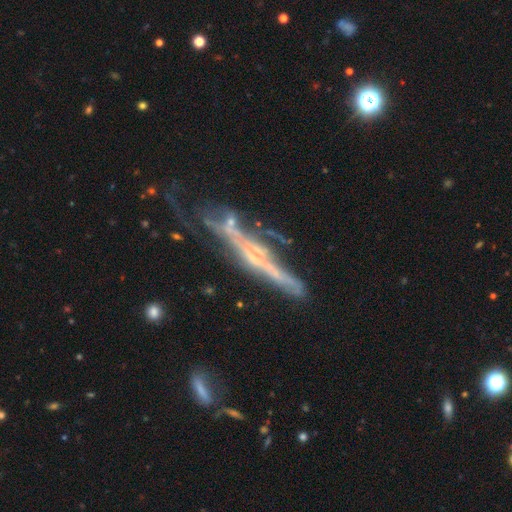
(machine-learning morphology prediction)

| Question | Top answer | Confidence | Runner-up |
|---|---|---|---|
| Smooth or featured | featured or disk | 73% | smooth (17%) |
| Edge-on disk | yes | 81% | no (19%) |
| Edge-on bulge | none | 48% | rounded (39%) |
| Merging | none | 40% | minor disturbance (25%) |